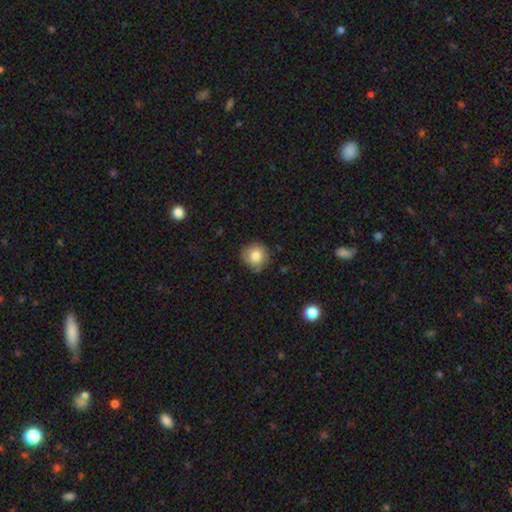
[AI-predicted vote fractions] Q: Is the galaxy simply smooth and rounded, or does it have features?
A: smooth — 82%.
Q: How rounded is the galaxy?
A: round — 91%.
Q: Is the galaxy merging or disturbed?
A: none — 80%.